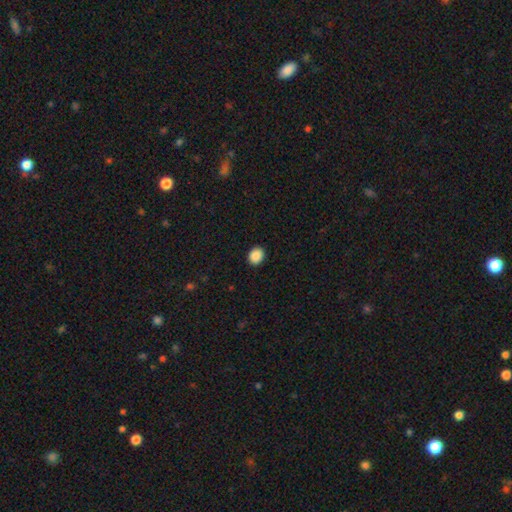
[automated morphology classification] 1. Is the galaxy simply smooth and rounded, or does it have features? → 89% smooth, 8% star or artifact, 2% featured or disk.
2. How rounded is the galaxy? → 58% round, 42% in between, 1% cigar-shaped.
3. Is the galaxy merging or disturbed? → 91% none, 6% minor disturbance, 2% major disturbance, 1% merger.